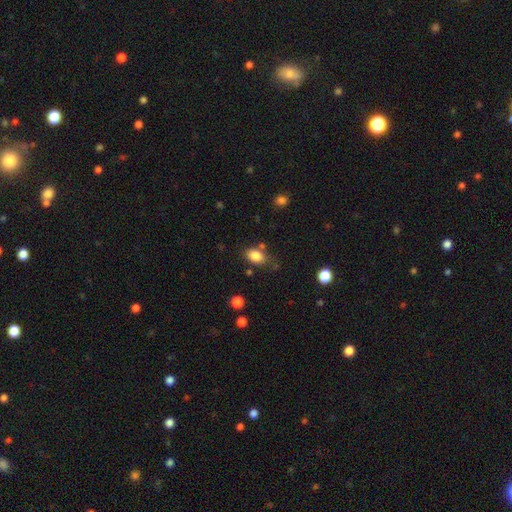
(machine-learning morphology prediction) This is clearly a smooth galaxy (84%). How rounded: clearly in between (80%). Merging: likely none (71%).